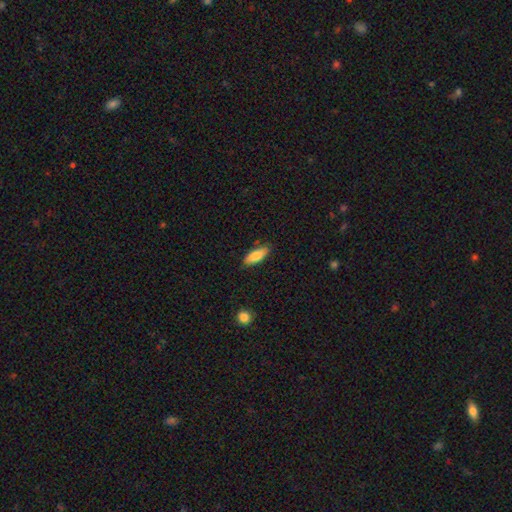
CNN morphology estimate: Smooth or featured: smooth — 80% (featured or disk — 13%)
How rounded: in between — 67% (cigar-shaped — 31%)
Merging: none — 82% (minor disturbance — 14%)